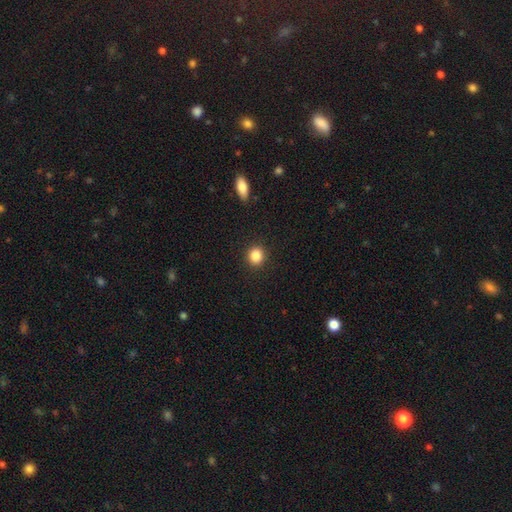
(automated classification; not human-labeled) This appears to be a smooth galaxy with no disk features (86%) that is round (81%). Merging: none (91%).